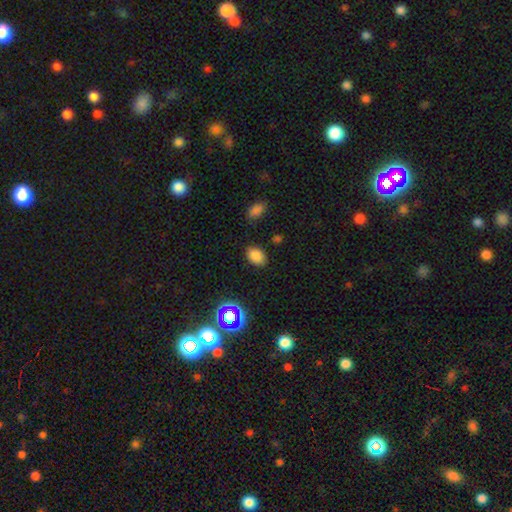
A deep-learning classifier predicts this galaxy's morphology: smooth-or-featured: smooth: 80% | star or artifact: 14% | featured or disk: 6%
  how-rounded: in between: 82% | round: 17% | cigar-shaped: 1%
  merging: none: 85% | minor disturbance: 11% | major disturbance: 3% | merger: 2%